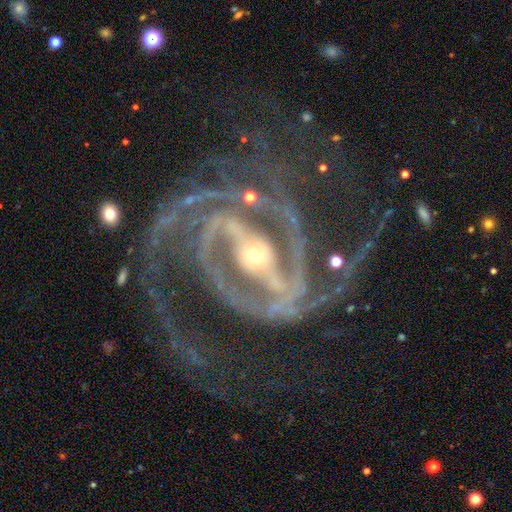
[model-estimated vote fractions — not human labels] A featured or disk galaxy (90%) with a strong bar (62%), 2 (44%) tight (45%) spiral arms (97%) and a small central bulge (69%). Merging: none (55%).